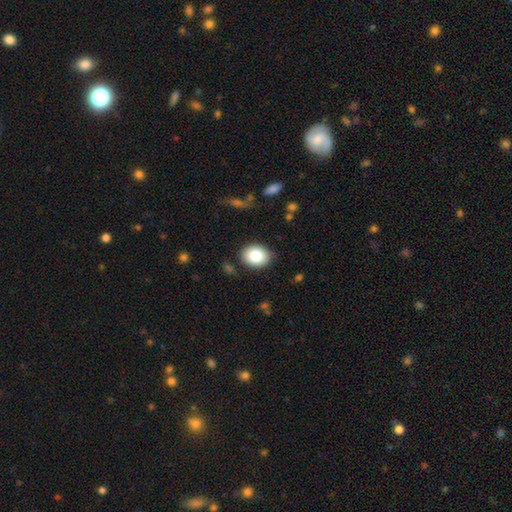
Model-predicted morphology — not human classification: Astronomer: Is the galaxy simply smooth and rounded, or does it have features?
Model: smooth — 83%.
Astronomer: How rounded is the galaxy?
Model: in between — 59% (runner-up: round, 40%).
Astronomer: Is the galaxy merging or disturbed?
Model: none — 86%.